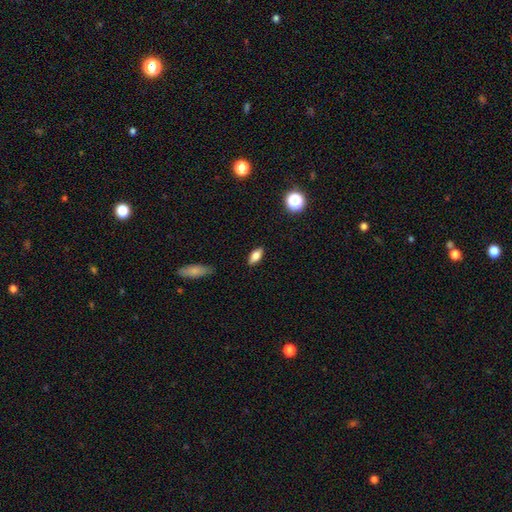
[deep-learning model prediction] A smooth galaxy with no disk features (77%) that is in between round and cigar-shaped (83%).

Vote fractions:
- Smooth or featured? smooth: 77% / featured or disk: 14% / star or artifact: 9%
- How rounded? in between: 83% / cigar-shaped: 12% / round: 5%
- Merging? none: 86% / minor disturbance: 10% / major disturbance: 2% / merger: 1%